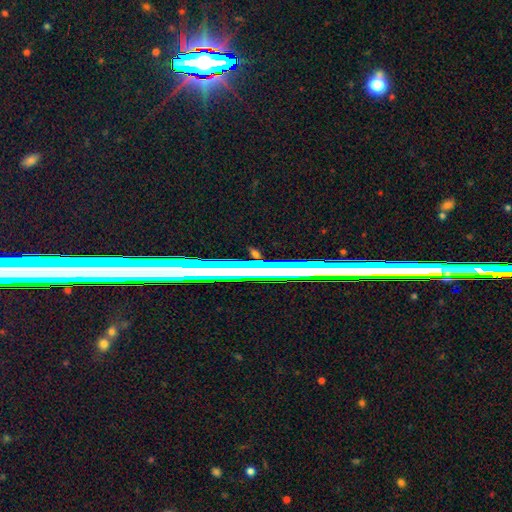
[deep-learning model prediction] Morphology: type=featured or disk (40%); merging=none (89%).